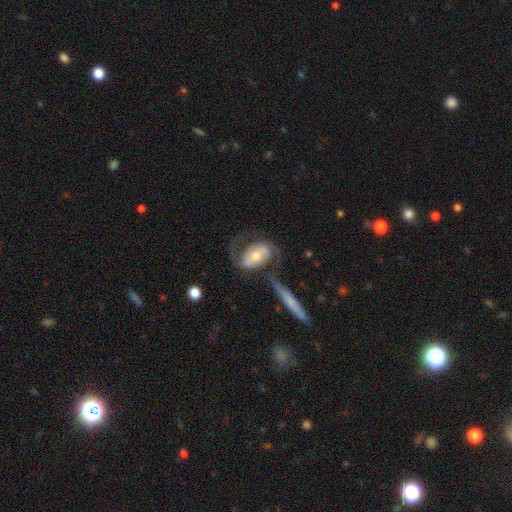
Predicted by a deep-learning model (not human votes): Smooth or featured? featured or disk (74%)
Edge-on disk? no (95%)
Bar? no (42%)
Spiral arms? yes (89%)
Spiral winding? medium (47%)
Spiral arm count? 2 (87%)
Bulge size? moderate (58%)
Merging? none (50%)